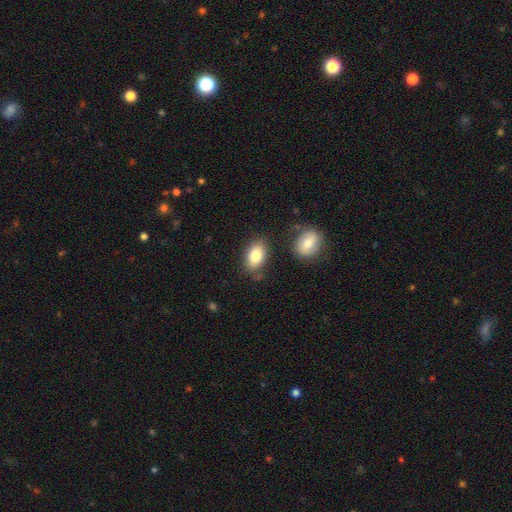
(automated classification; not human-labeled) The model was most divided on "merging": none: 76%, minor disturbance: 14%, merger: 6%, major disturbance: 4%. More confident: how rounded — in between (90%); smooth or featured — smooth (83%).